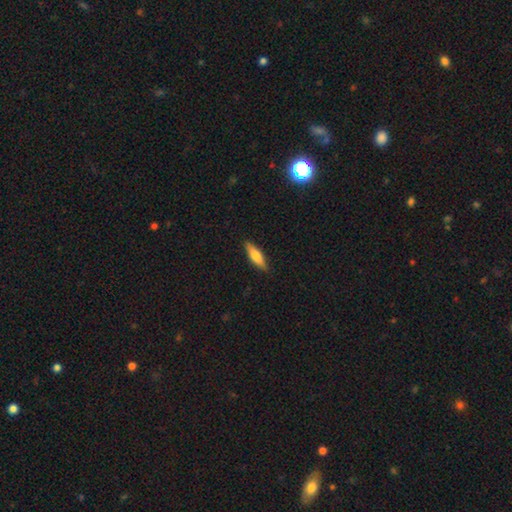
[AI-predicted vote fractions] A smooth galaxy with no disk features (66%) that is cigar-shaped (60%). Merging: none (88%).